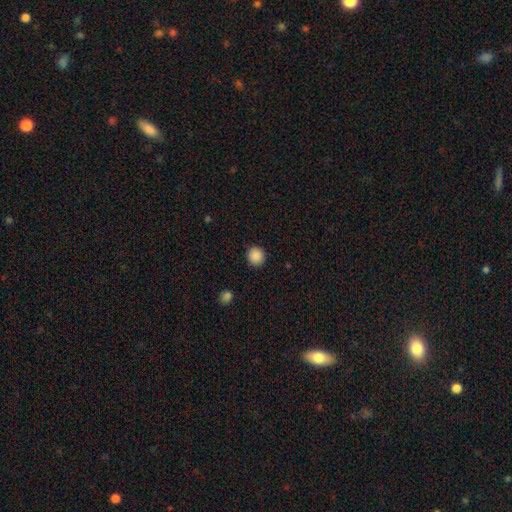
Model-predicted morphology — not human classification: A smooth galaxy with no disk features (88%) that is round (91%). Merging: none (92%).